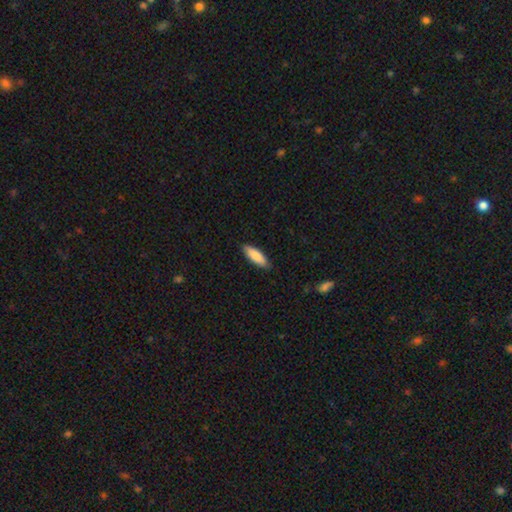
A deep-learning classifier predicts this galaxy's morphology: Q: Smooth or featured?
A: smooth (86%); runner-up: featured or disk (8%)
Q: How rounded?
A: in between (53%); runner-up: cigar-shaped (45%)
Q: Merging?
A: none (87%); runner-up: minor disturbance (10%)